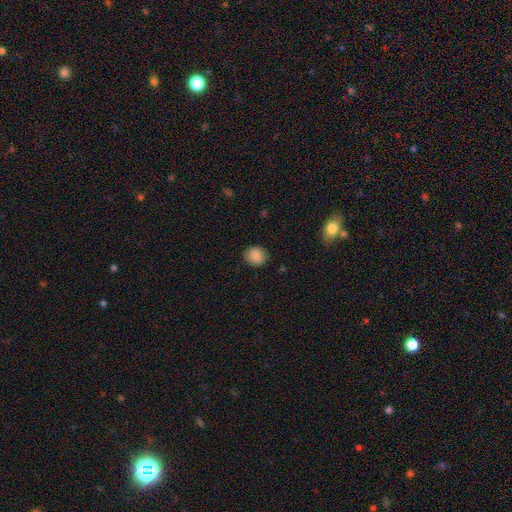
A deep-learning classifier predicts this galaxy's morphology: The model was most divided on "how rounded": round: 79%, in between: 20%, cigar-shaped: 1%. More confident: merging — none (87%); smooth or featured — smooth (87%).